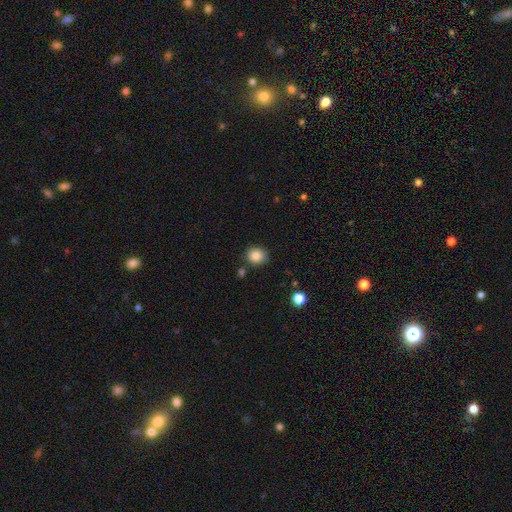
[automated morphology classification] Q: Smooth or featured?
A: smooth (84%); runner-up: star or artifact (10%)
Q: How rounded?
A: round (75%); runner-up: in between (24%)
Q: Merging?
A: none (84%); runner-up: minor disturbance (10%)